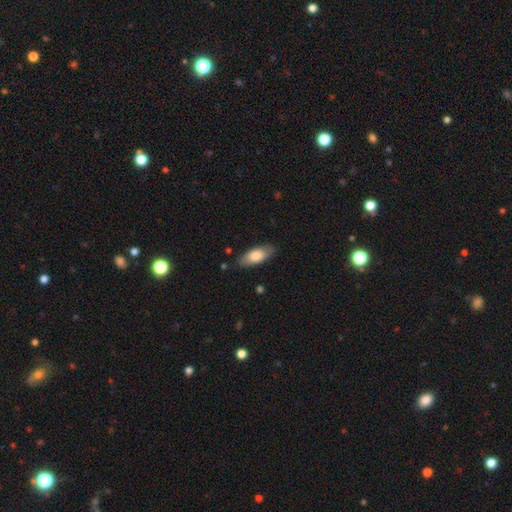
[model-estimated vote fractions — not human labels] Smooth or featured? Predicted: smooth (p=0.77). How rounded? Predicted: in between (p=0.83). Merging? Predicted: none (p=0.83).